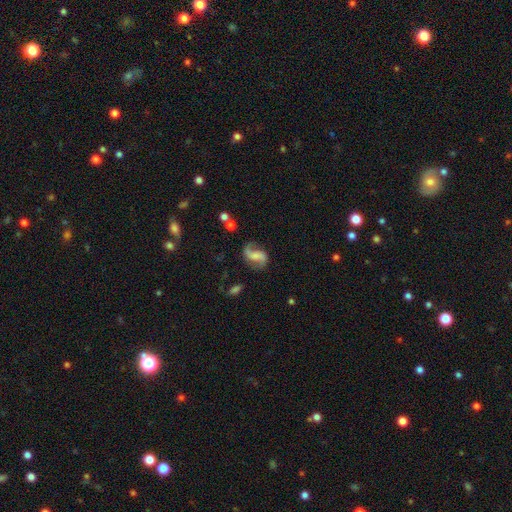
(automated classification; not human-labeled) Smooth or featured: featured or disk — 84% (smooth — 10%)
Edge-on disk: no — 98% (yes — 2%)
Bar: no — 41% (weak — 40%)
Spiral arms: yes — 96% (no — 4%)
Spiral winding: loose — 63% (medium — 30%)
Spiral arm count: 2 — 91% (1 — 4%)
Bulge size: none — 48% (small — 24%)
Merging: none — 72% (minor disturbance — 17%)